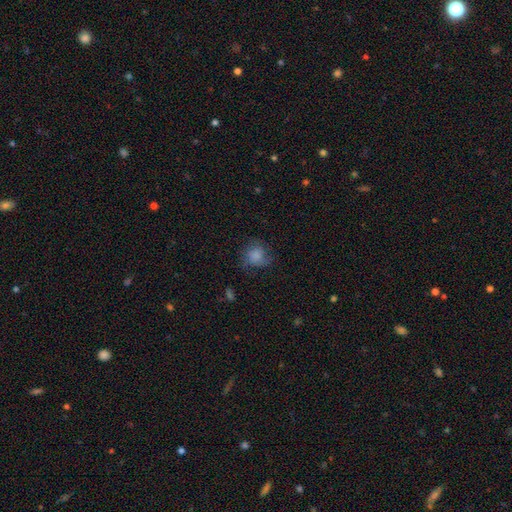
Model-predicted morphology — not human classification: Q: Smooth or featured?
A: smooth (76%); runner-up: featured or disk (15%)
Q: How rounded?
A: round (78%); runner-up: in between (20%)
Q: Merging?
A: none (59%); runner-up: minor disturbance (25%)